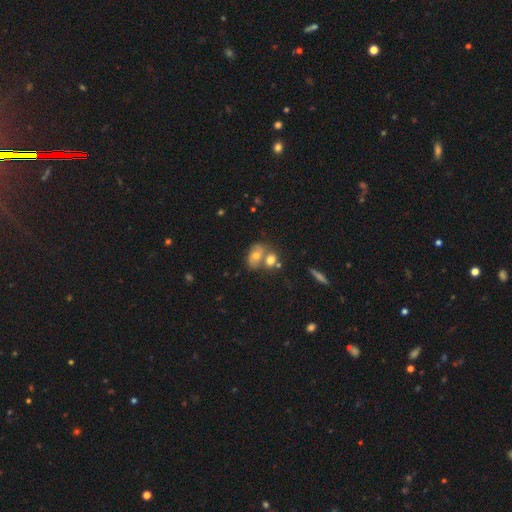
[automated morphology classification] Q: Smooth or featured?
A: smooth (57%); runner-up: featured or disk (31%)
Q: How rounded?
A: in between (75%); runner-up: round (23%)
Q: Merging?
A: merger (42%); runner-up: none (40%)